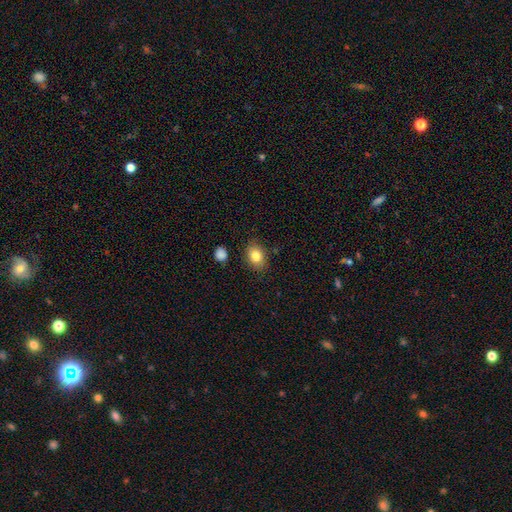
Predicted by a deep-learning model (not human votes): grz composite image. It shows a smooth galaxy with no disk features (83%) that is in between round and cigar-shaped (72%). Merging: none (84%).